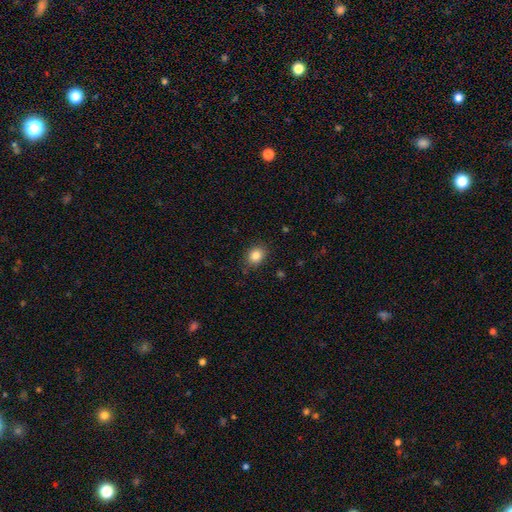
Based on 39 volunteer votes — This is clearly a smooth galaxy (92%). How rounded: likely round (64%). Merging: clearly none (84%).